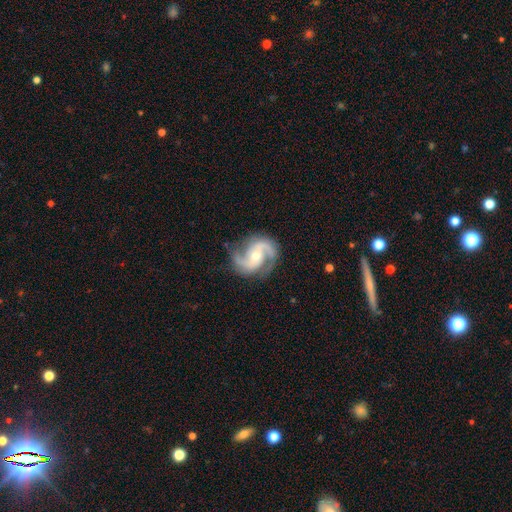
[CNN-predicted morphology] Smooth or featured? featured or disk (91%)
Edge-on disk? no (98%)
Bar? no (52%)
Spiral arms? yes (98%)
Spiral winding? medium (59%)
Spiral arm count? 2 (88%)
Bulge size? moderate (56%)
Merging? none (78%)